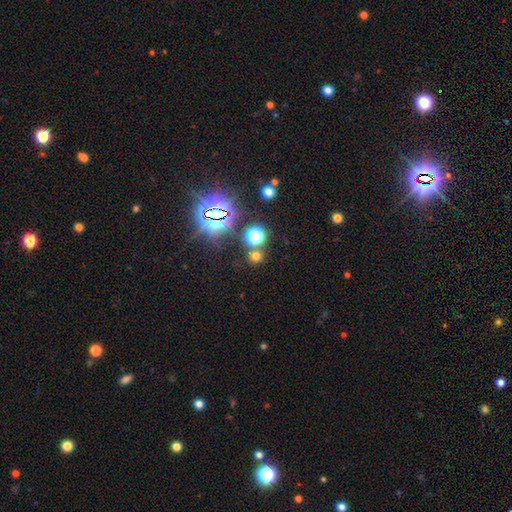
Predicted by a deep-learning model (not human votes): A smooth galaxy with no disk features (54%) that is round (87%).

Vote fractions:
- Smooth or featured? smooth: 54% / star or artifact: 40% / featured or disk: 7%
- How rounded? round: 87% / in between: 12% / cigar-shaped: 1%
- Merging? none: 75% / merger: 14% / minor disturbance: 7% / major disturbance: 4%